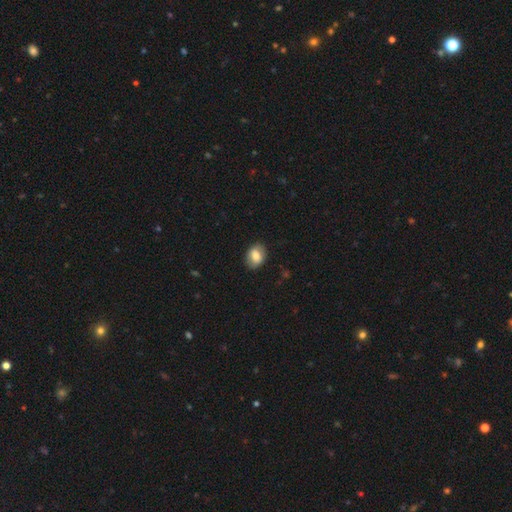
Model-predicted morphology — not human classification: A smooth galaxy with no disk features (75%) that is in between round and cigar-shaped (66%).

Vote fractions:
- Smooth or featured? smooth: 75% / featured or disk: 17% / star or artifact: 8%
- How rounded? in between: 66% / round: 33% / cigar-shaped: 1%
- Merging? none: 84% / minor disturbance: 12% / major disturbance: 3% / merger: 1%